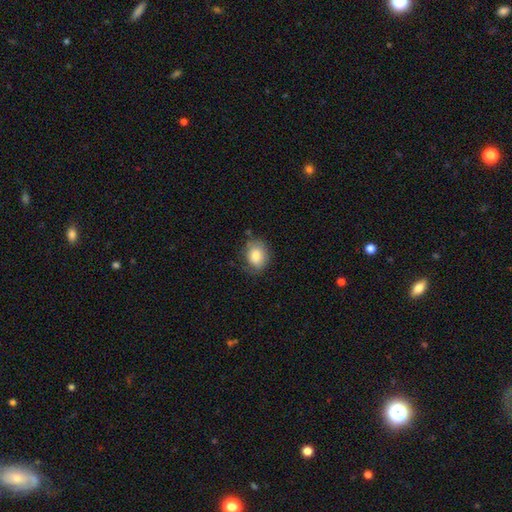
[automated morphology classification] smooth_or_featured: smooth (p=0.83) [alt: featured or disk p=0.09]
how_rounded: in between (p=0.60) [alt: round p=0.39]
merging: none (p=0.71) [alt: minor disturbance p=0.22]